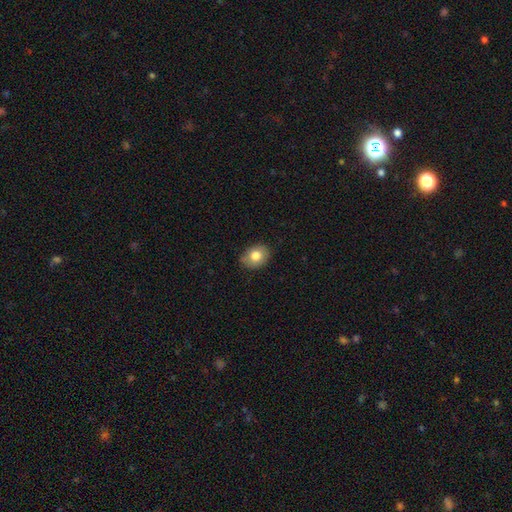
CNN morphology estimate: Smooth or featured: smooth — 79% (featured or disk — 13%)
How rounded: in between — 56% (round — 43%)
Merging: none — 81% (minor disturbance — 16%)